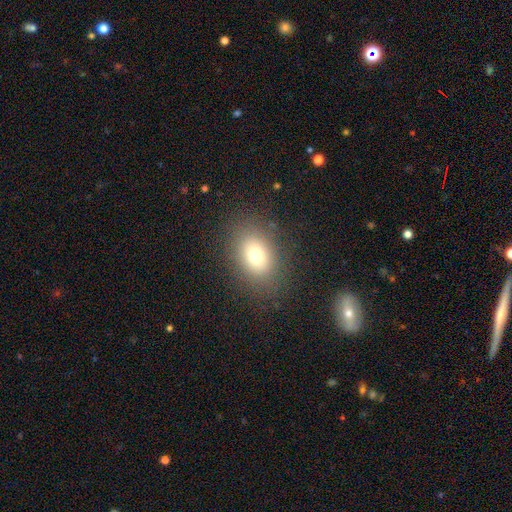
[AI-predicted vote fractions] smooth-or-featured: smooth: 74% | star or artifact: 13% | featured or disk: 12%
  how-rounded: in between: 66% | round: 33% | cigar-shaped: 1%
  merging: none: 84% | minor disturbance: 10% | major disturbance: 5% | merger: 1%